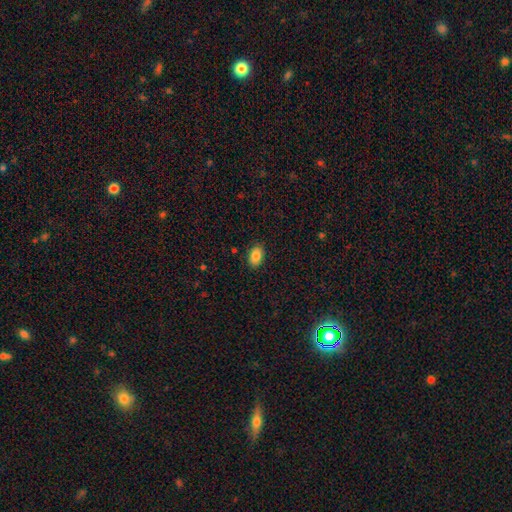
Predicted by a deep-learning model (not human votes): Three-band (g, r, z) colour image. It shows a smooth galaxy with no disk features (86%) that is in between round and cigar-shaped (89%). Merging: none (88%).